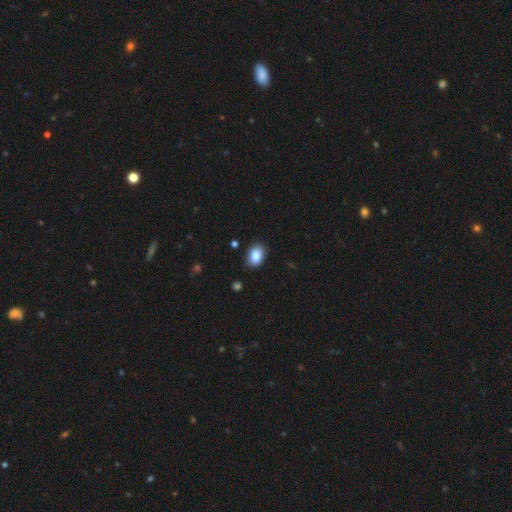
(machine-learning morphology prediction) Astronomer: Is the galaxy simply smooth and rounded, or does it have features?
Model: smooth — 87%.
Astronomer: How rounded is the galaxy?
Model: in between — 78%.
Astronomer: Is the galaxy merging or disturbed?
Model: none — 85%.